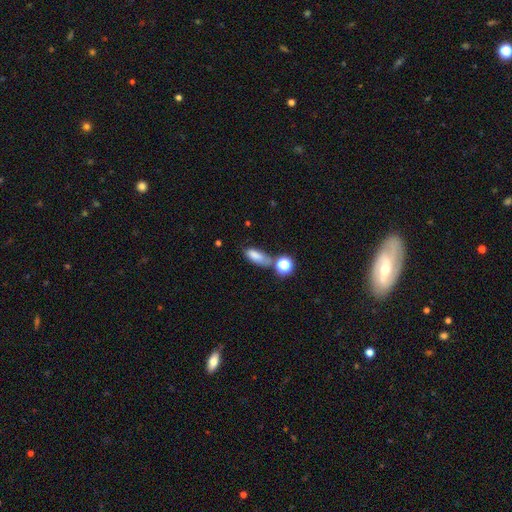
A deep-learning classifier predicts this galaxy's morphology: Smooth or featured? smooth (79%)
How rounded? in between (75%)
Merging? none (48%)